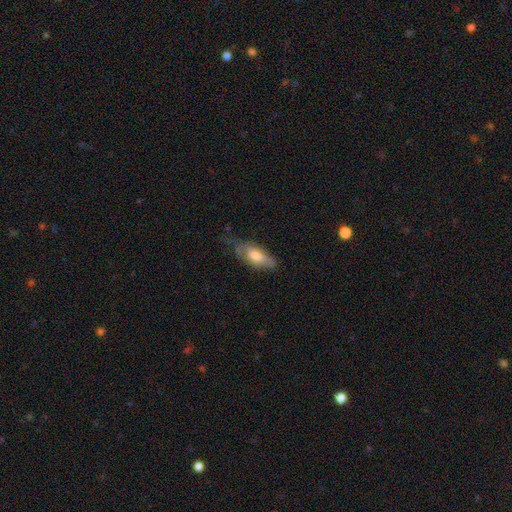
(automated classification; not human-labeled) Morphology: type=smooth (68%); roundness=in between (75%); merging=none (49%).